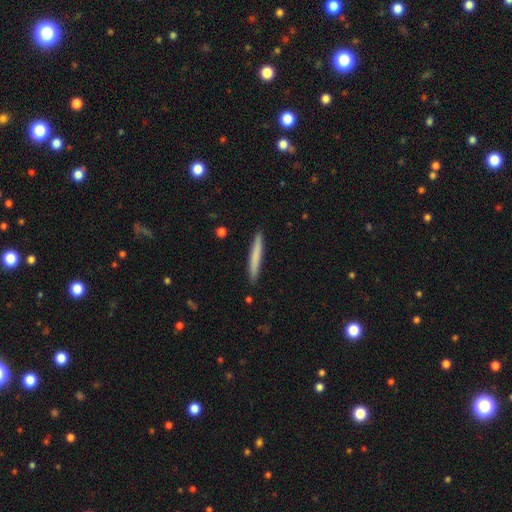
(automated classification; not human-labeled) Q: Smooth or featured?
A: smooth (73%); runner-up: featured or disk (22%)
Q: How rounded?
A: cigar-shaped (97%); runner-up: in between (2%)
Q: Merging?
A: none (91%); runner-up: minor disturbance (6%)